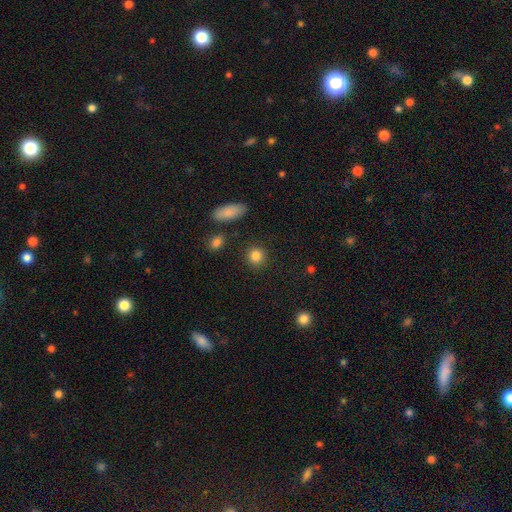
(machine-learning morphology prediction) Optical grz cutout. It shows a smooth galaxy with no disk features (85%) that is round (90%). Merging: none (90%).